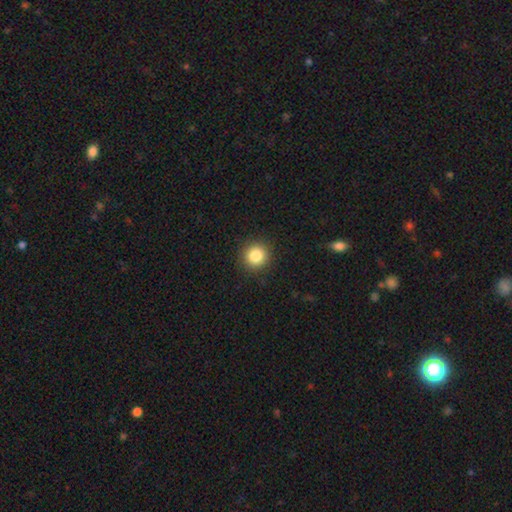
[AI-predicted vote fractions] smooth 84%, star or artifact 11%, featured or disk 5%. Down the decision tree: how rounded — round (93%); merging — none (92%).